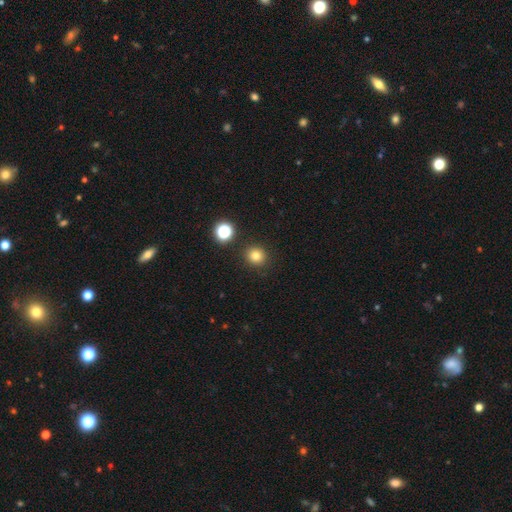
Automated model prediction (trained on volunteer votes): smooth 80%, star or artifact 15%, featured or disk 6%. Down the decision tree: how rounded — round (91%); merging — none (89%).